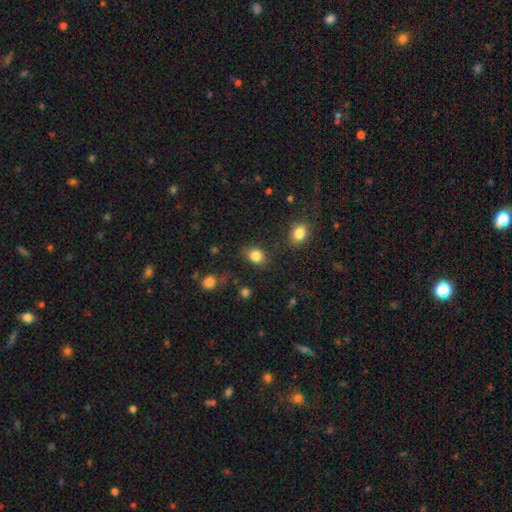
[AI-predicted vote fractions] Q: Smooth or featured?
A: smooth (84%); runner-up: star or artifact (10%)
Q: How rounded?
A: in between (59%); runner-up: round (39%)
Q: Merging?
A: none (77%); runner-up: minor disturbance (15%)